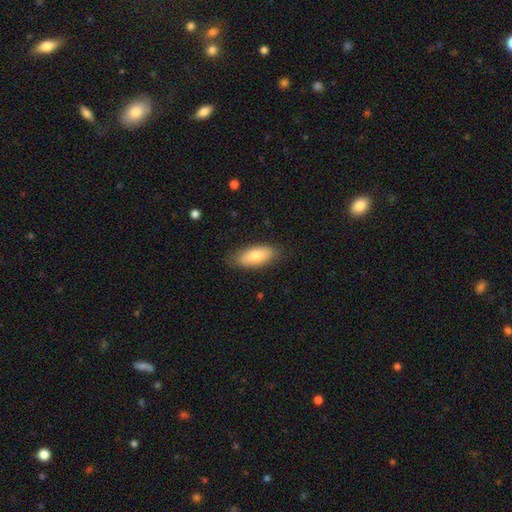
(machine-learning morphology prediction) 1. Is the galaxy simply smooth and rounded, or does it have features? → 78% smooth, 16% featured or disk, 6% star or artifact.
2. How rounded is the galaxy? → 84% in between, 13% cigar-shaped, 2% round.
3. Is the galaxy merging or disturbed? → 83% none, 13% minor disturbance, 3% major disturbance, 1% merger.